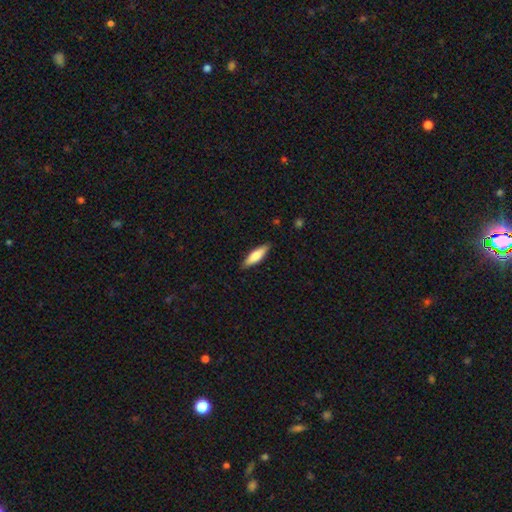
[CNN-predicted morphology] Q: Smooth or featured?
A: smooth (71%); runner-up: featured or disk (23%)
Q: How rounded?
A: cigar-shaped (63%); runner-up: in between (36%)
Q: Merging?
A: none (87%); runner-up: minor disturbance (10%)